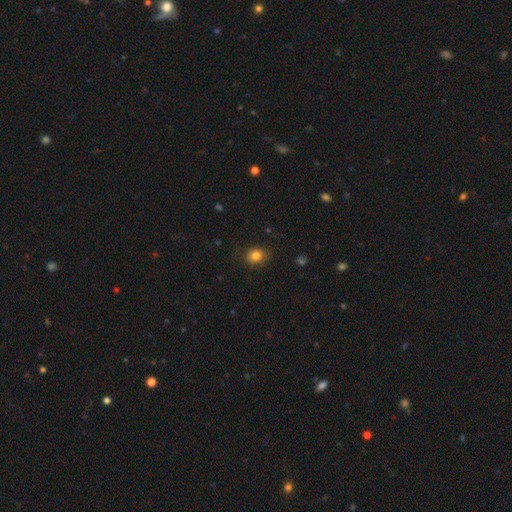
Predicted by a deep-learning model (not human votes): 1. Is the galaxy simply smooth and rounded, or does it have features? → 82% smooth, 11% star or artifact, 7% featured or disk.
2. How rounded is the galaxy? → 52% round, 47% in between, 1% cigar-shaped.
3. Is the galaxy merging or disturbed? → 78% none, 16% minor disturbance, 4% major disturbance, 1% merger.